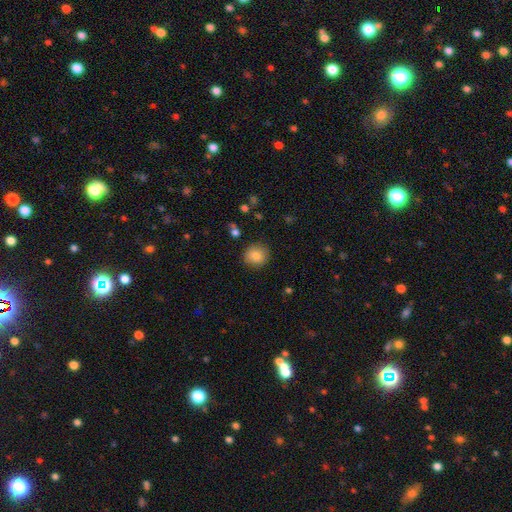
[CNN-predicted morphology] Q: Smooth or featured?
A: smooth (84%); runner-up: star or artifact (9%)
Q: How rounded?
A: round (86%); runner-up: in between (13%)
Q: Merging?
A: none (87%); runner-up: minor disturbance (9%)